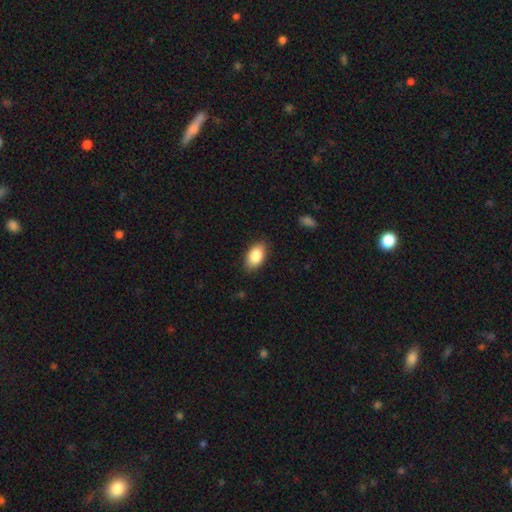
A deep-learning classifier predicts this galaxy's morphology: Smooth or featured? Predicted: smooth (p=0.87). How rounded? Predicted: in between (p=0.93). Merging? Predicted: none (p=0.85).